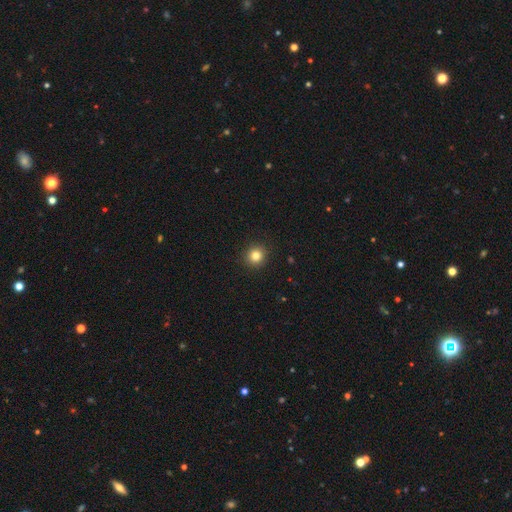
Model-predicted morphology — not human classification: This appears to be a smooth galaxy with no disk features (82%) that is round (91%). Merging: none (92%).